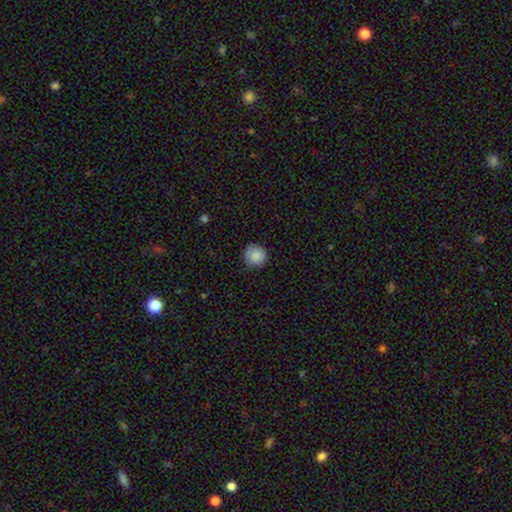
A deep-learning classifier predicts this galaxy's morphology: This appears to be a smooth galaxy with no disk features (87%) that is round (90%). Merging: none (81%).